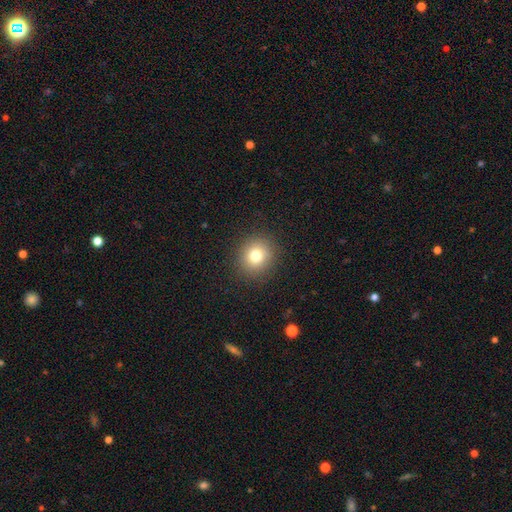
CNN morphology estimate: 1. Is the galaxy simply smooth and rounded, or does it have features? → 78% smooth, 13% star or artifact, 10% featured or disk.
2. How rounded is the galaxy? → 88% round, 11% in between, 1% cigar-shaped.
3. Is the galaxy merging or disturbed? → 90% none, 6% minor disturbance, 3% major disturbance, 1% merger.